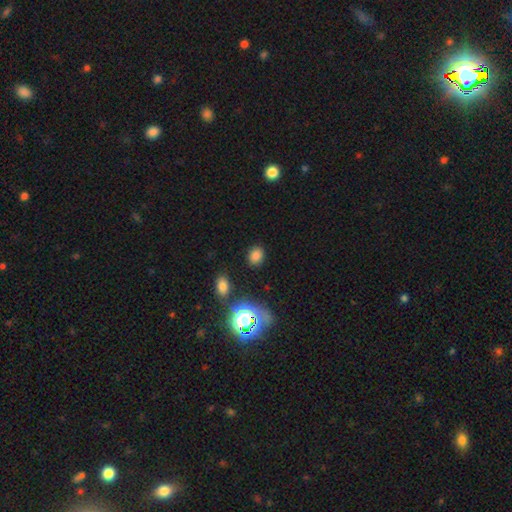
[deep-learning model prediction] This appears to be a smooth galaxy with no disk features (77%) that is round (54%). Merging: none (85%).